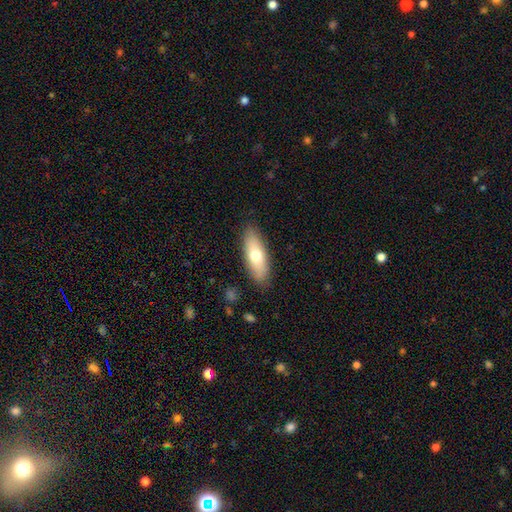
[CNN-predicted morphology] smooth-or-featured: smooth: 68% | featured or disk: 26% | star or artifact: 6%
  how-rounded: in between: 64% | cigar-shaped: 33% | round: 3%
  merging: none: 87% | minor disturbance: 10% | major disturbance: 2% | merger: 1%